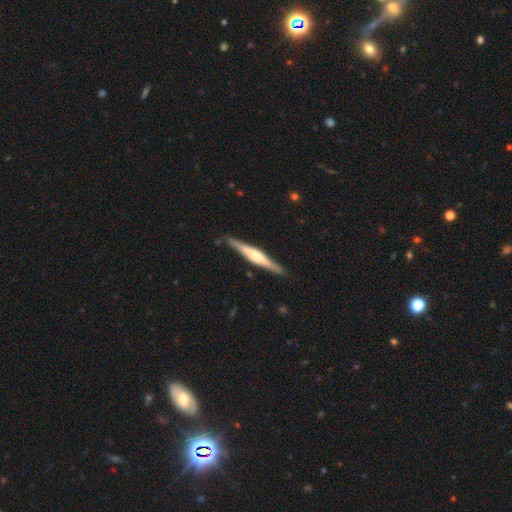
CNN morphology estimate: smooth-or-featured: featured or disk: 68% | smooth: 27% | star or artifact: 5%
  disk-edge-on: yes: 98% | no: 2%
    edge-on-bulge: rounded: 63% | boxy: 25% | none: 12%
  merging: none: 89% | minor disturbance: 9% | major disturbance: 2% | merger: 1%